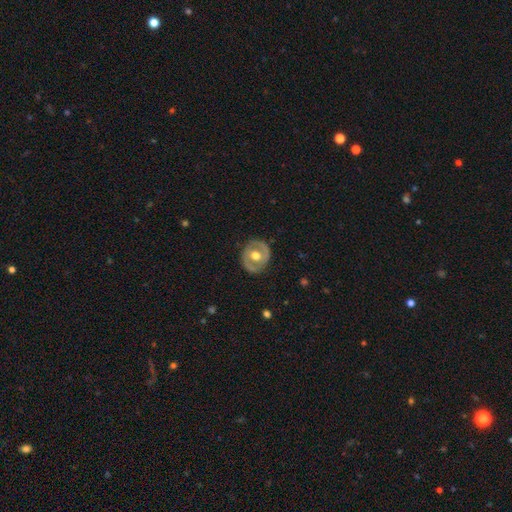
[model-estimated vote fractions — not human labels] Smooth or featured? featured or disk (64%)
Edge-on disk? no (95%)
Bar? no (55%)
Spiral arms? no (57%)
Bulge size? moderate (75%)
Merging? none (84%)